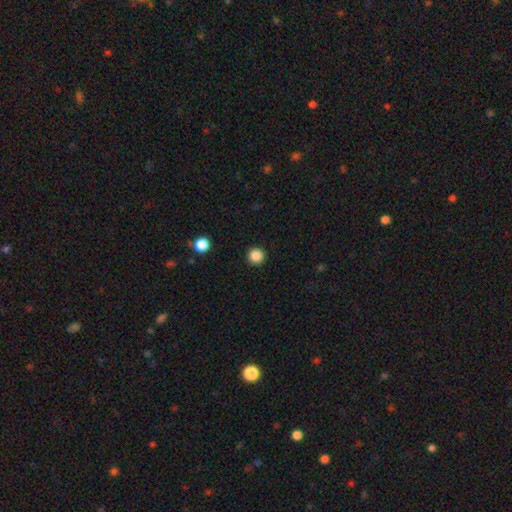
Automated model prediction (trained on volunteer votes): smooth_or_featured: smooth (p=0.86) [alt: star or artifact p=0.11]
how_rounded: round (p=0.96) [alt: in between p=0.03]
merging: none (p=0.93) [alt: minor disturbance p=0.04]